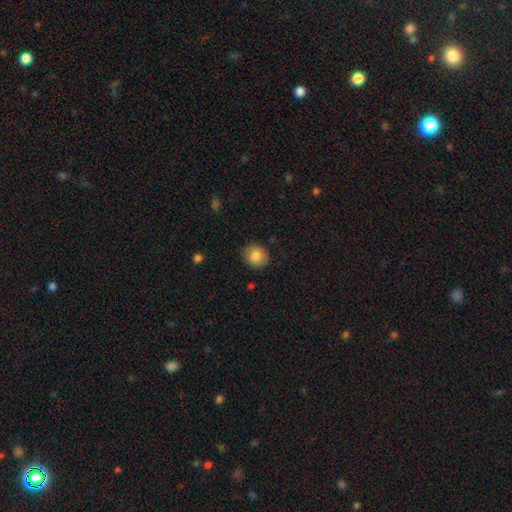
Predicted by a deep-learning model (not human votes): smooth_or_featured: smooth (p=0.84) [alt: star or artifact p=0.08]
how_rounded: round (p=0.77) [alt: in between p=0.22]
merging: none (p=0.87) [alt: minor disturbance p=0.10]